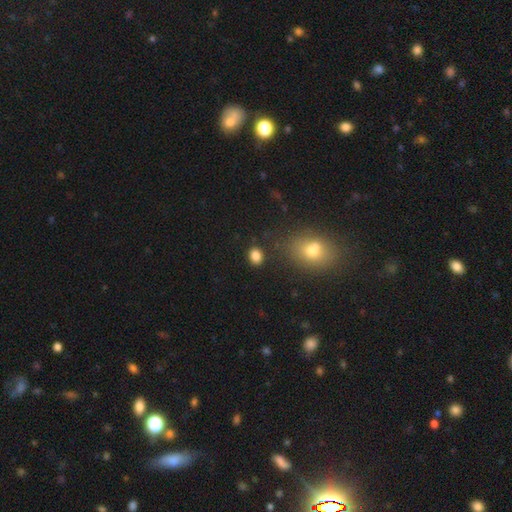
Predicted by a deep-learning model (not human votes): Smooth or featured?
  - smooth: 85% *
  - star or artifact: 11%
  - featured or disk: 5%
How rounded?
  - in between: 55% *
  - round: 44%
  - cigar-shaped: 1%
Merging?
  - none: 84% *
  - minor disturbance: 10%
  - merger: 3%
  - major disturbance: 3%